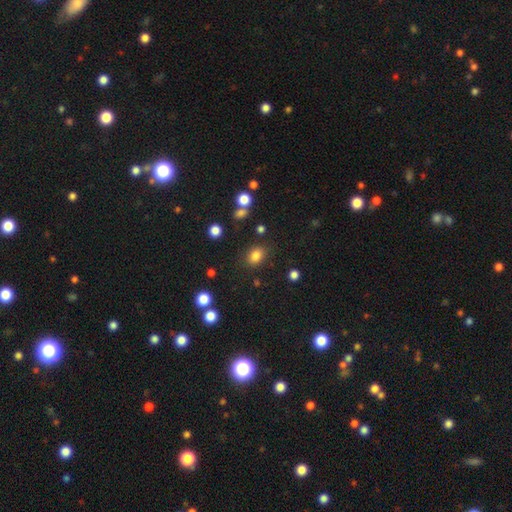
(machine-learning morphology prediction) A smooth galaxy with no disk features (82%) that is in between round and cigar-shaped (63%). Merging: none (82%).